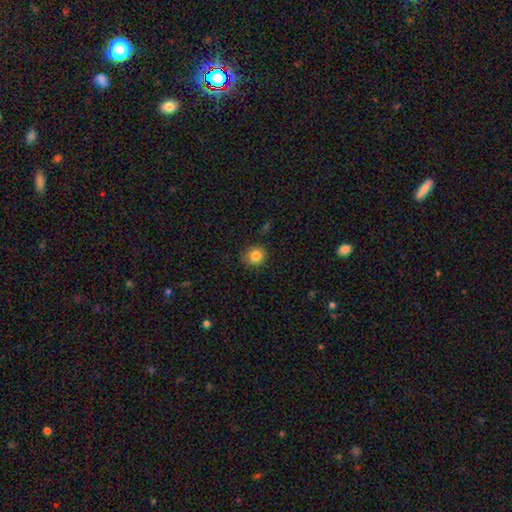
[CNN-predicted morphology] The model was most divided on "how rounded": round: 85%, in between: 14%, cigar-shaped: 1%. More confident: smooth or featured — smooth (84%); merging — none (84%).